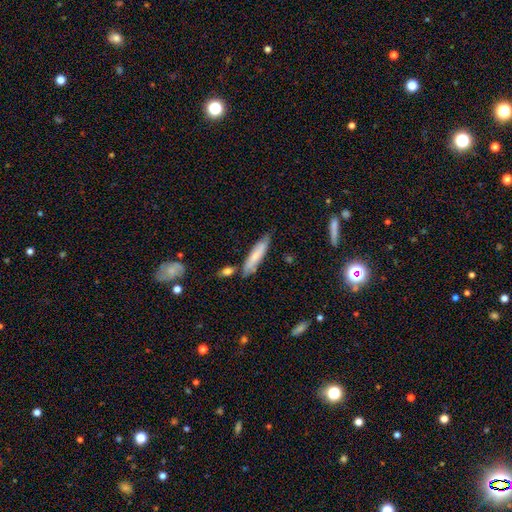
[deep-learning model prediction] Overall: smooth (68%). How rounded: cigar-shaped (79%). Merging: none (74%).